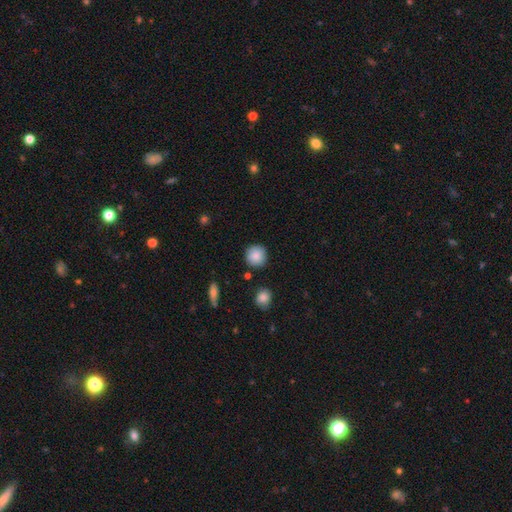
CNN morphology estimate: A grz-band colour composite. It shows a smooth galaxy with no disk features (87%) that is round (93%). Merging: none (88%).